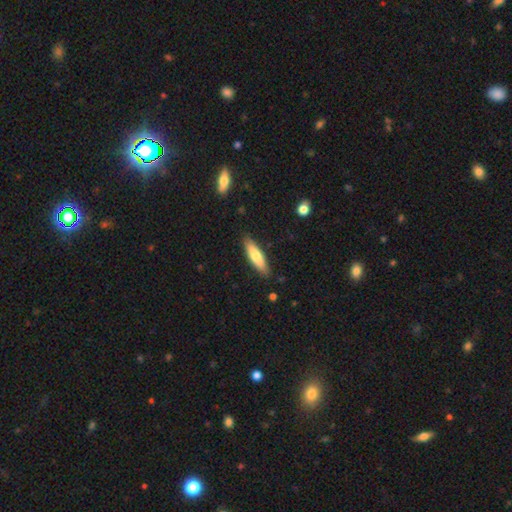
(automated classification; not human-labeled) smooth-or-featured: smooth: 74% | featured or disk: 20% | star or artifact: 6%
  how-rounded: cigar-shaped: 66% | in between: 32% | round: 1%
  merging: none: 87% | minor disturbance: 10% | major disturbance: 2% | merger: 1%